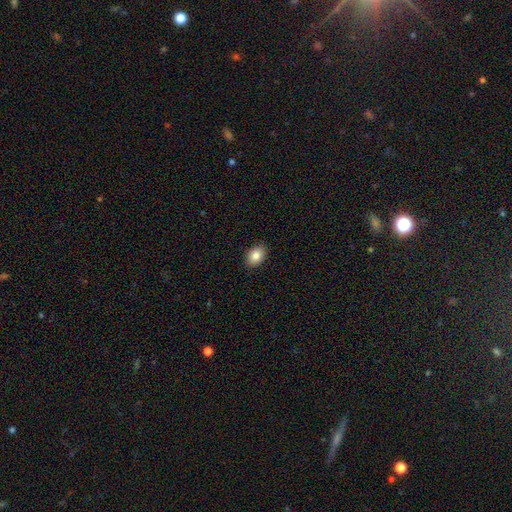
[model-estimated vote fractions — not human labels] Smooth or featured? Predicted: smooth (p=0.85). How rounded? Predicted: in between (p=0.78). Merging? Predicted: none (p=0.89).